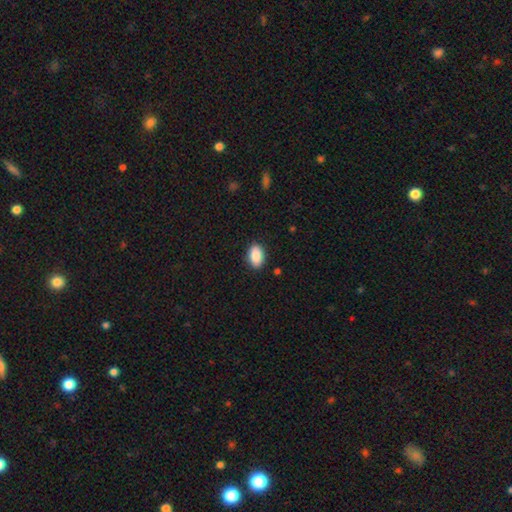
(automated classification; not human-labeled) Q: Smooth or featured?
A: smooth (90%); runner-up: star or artifact (7%)
Q: How rounded?
A: in between (92%); runner-up: round (6%)
Q: Merging?
A: none (88%); runner-up: minor disturbance (9%)